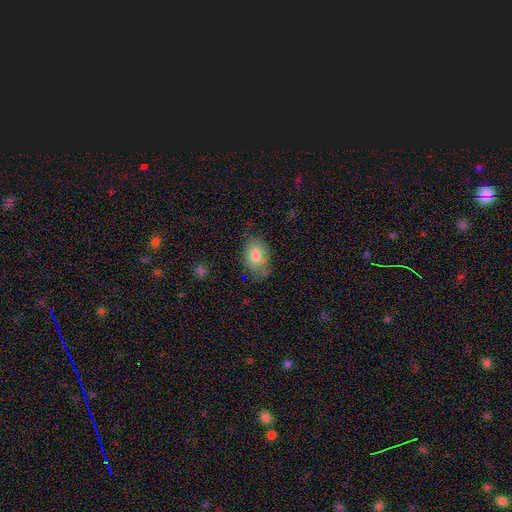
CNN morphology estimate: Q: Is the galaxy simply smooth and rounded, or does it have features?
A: smooth — 75%.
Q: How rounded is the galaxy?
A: in between — 84%.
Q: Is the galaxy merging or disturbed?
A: none — 56%.